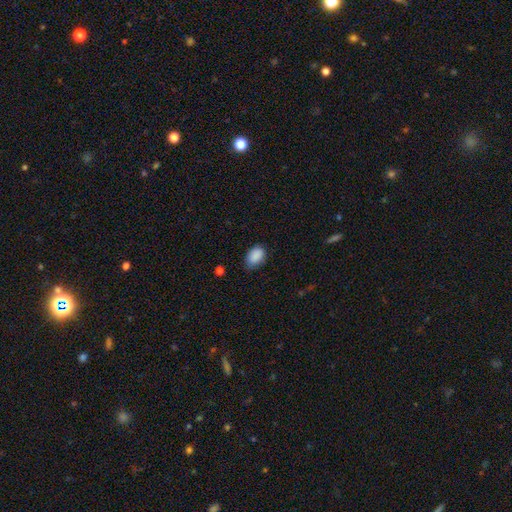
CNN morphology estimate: Smooth or featured: smooth — 88% (star or artifact — 8%)
How rounded: in between — 86% (round — 12%)
Merging: none — 71% (minor disturbance — 23%)